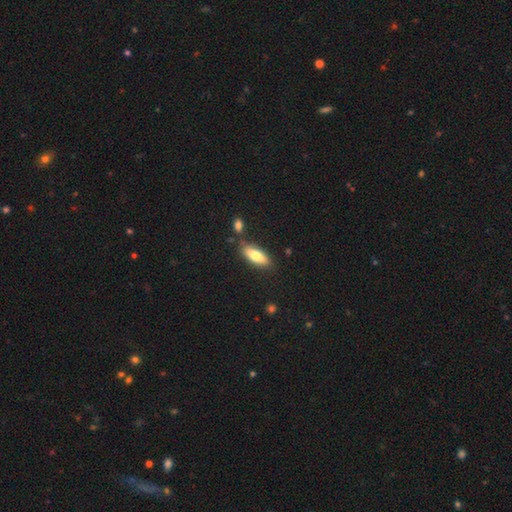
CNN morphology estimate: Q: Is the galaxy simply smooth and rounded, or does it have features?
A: smooth — 72%.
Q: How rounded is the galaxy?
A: in between — 69%.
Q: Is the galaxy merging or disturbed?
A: none — 76%.